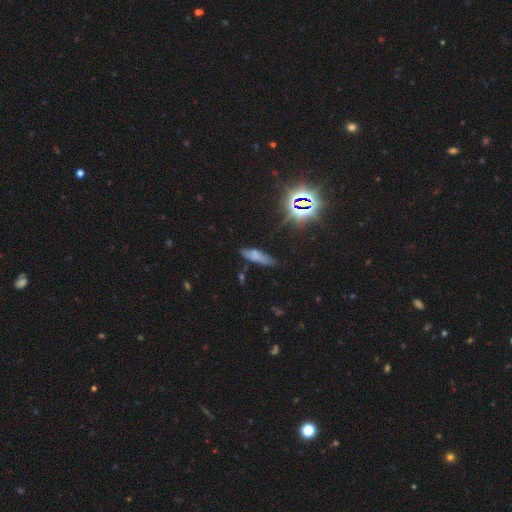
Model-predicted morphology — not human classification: This appears to be a smooth galaxy with no disk features (62%) that is cigar-shaped (55%). Merging: none (64%).